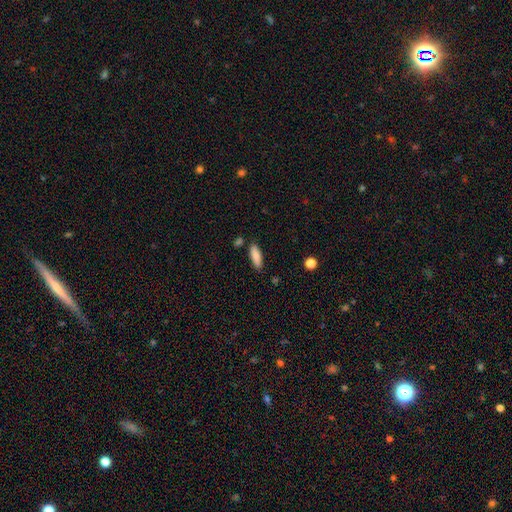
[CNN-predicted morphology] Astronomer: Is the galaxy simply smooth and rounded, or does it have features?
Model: smooth — 86%.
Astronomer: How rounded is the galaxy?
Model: in between — 50% (runner-up: cigar-shaped, 48%).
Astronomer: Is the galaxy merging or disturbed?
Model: none — 83%.